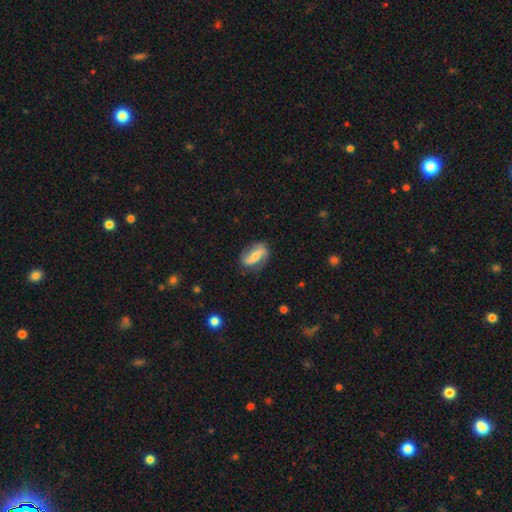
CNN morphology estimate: A featured or disk galaxy (67%) with a strong bar (50%), 2 (86%) loose (52%) spiral arms (85%) and a small central bulge (45%, tied with moderate). Merging: none (74%).